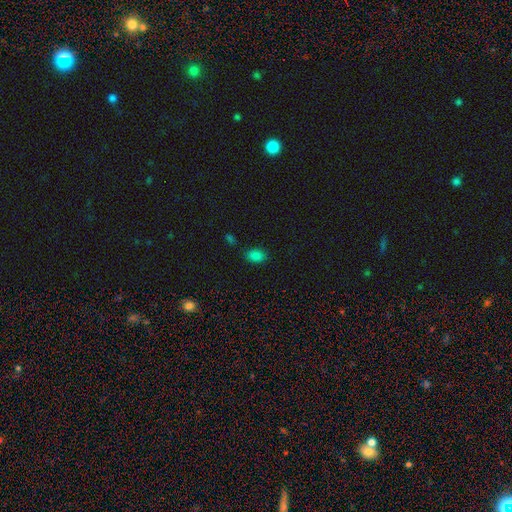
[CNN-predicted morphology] Q: Smooth or featured?
A: smooth (83%); runner-up: star or artifact (14%)
Q: How rounded?
A: in between (86%); runner-up: round (13%)
Q: Merging?
A: none (81%); runner-up: minor disturbance (12%)